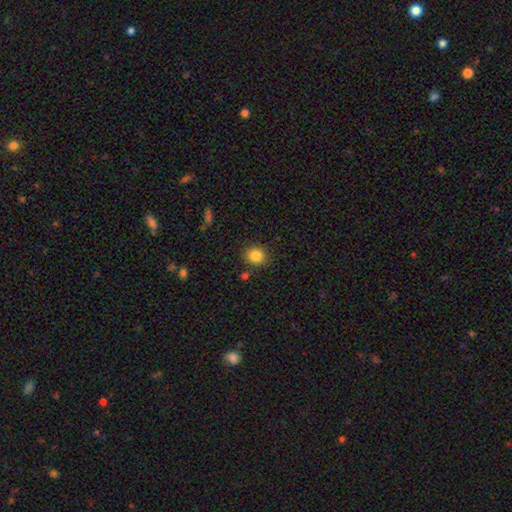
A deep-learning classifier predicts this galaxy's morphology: This is clearly a smooth galaxy (85%). How rounded: likely round (78%). Merging: clearly none (85%).